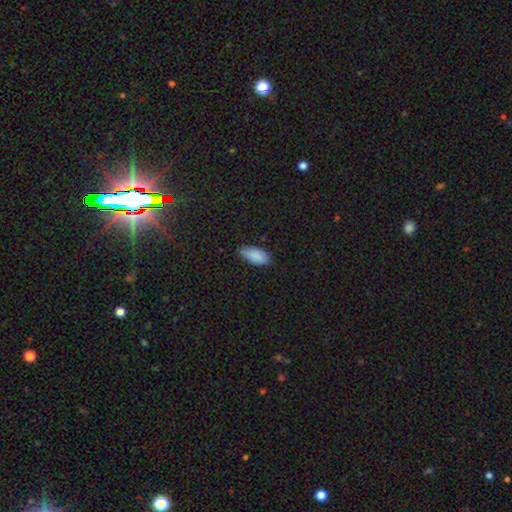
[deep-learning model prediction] Smooth or featured: smooth — 88% (star or artifact — 7%)
How rounded: in between — 92% (cigar-shaped — 6%)
Merging: none — 77% (minor disturbance — 19%)